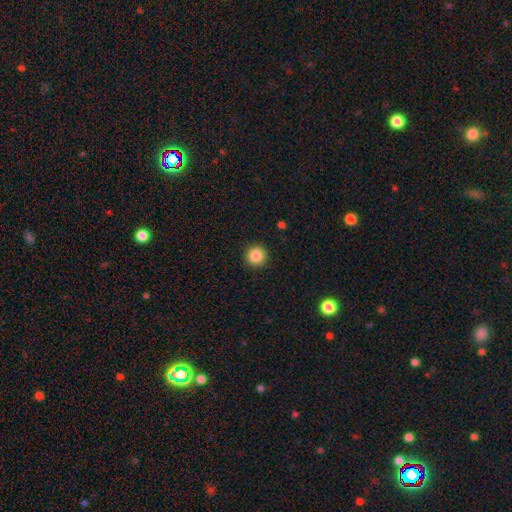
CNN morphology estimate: smooth-or-featured: smooth: 86% | star or artifact: 10% | featured or disk: 4%
  how-rounded: round: 96% | in between: 3% | cigar-shaped: 1%
  merging: none: 92% | minor disturbance: 5% | major disturbance: 2% | merger: 1%